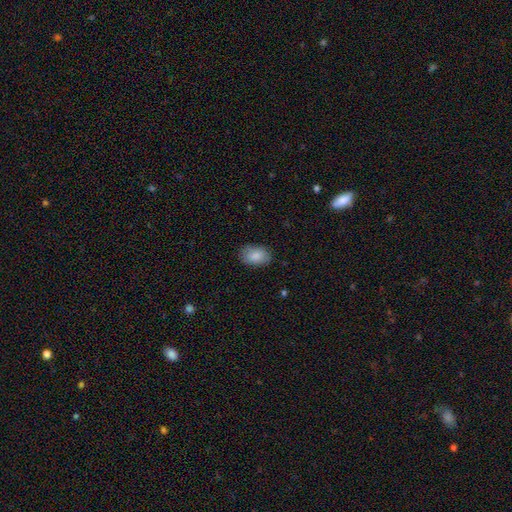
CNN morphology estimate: A smooth galaxy with no disk features (87%) that is in between round and cigar-shaped (87%).

Vote fractions:
- Smooth or featured? smooth: 87% / star or artifact: 7% / featured or disk: 6%
- How rounded? in between: 87% / round: 12% / cigar-shaped: 1%
- Merging? none: 81% / minor disturbance: 15% / major disturbance: 3% / merger: 1%